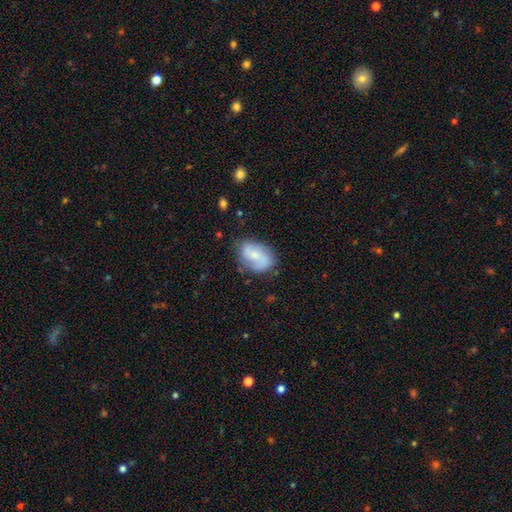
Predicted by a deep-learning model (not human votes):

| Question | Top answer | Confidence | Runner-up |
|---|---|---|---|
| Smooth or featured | featured or disk | 56% | smooth (36%) |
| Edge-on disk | no | 97% | yes (3%) |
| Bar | no | 55% | weak (37%) |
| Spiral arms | yes | 86% | no (14%) |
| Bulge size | small | 56% | moderate (32%) |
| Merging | none | 69% | minor disturbance (22%) |